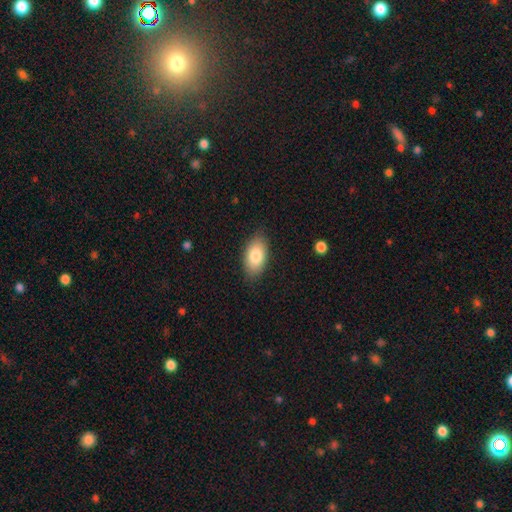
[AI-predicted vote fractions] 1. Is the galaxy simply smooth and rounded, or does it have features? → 81% smooth, 12% featured or disk, 7% star or artifact.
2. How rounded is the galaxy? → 93% in between, 4% round, 3% cigar-shaped.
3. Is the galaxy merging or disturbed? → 84% none, 12% minor disturbance, 3% major disturbance, 1% merger.